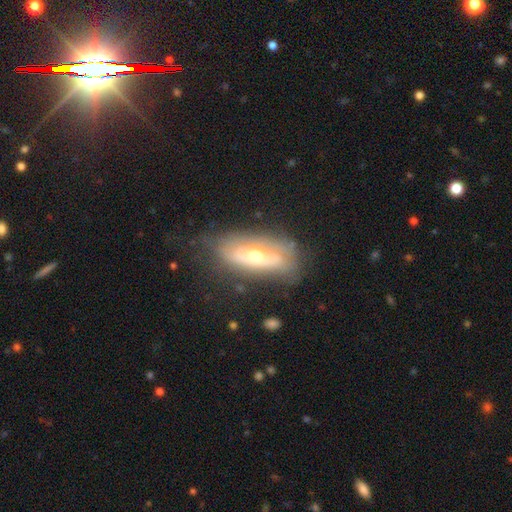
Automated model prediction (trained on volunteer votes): Smooth or featured? featured or disk (59%)
Edge-on disk? no (70%)
Merging? none (61%)